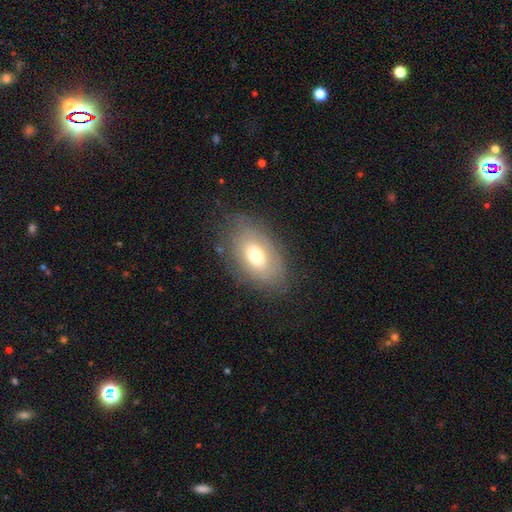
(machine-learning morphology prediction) smooth 54%, featured or disk 38%, star or artifact 9%. Down the decision tree: how rounded — in between (89%); merging — none (72%).